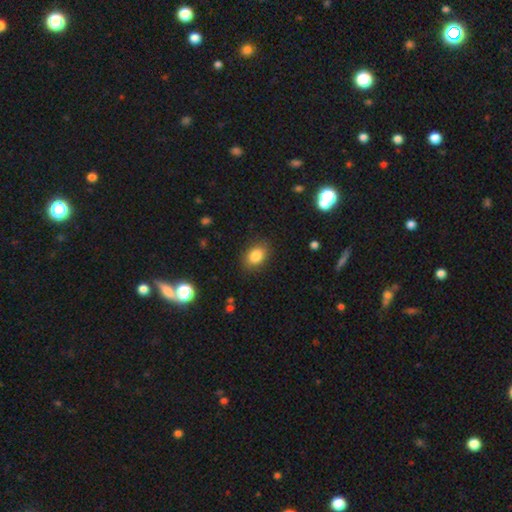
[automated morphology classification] Q: Smooth or featured?
A: smooth (84%); runner-up: star or artifact (9%)
Q: How rounded?
A: in between (70%); runner-up: round (29%)
Q: Merging?
A: none (84%); runner-up: minor disturbance (11%)